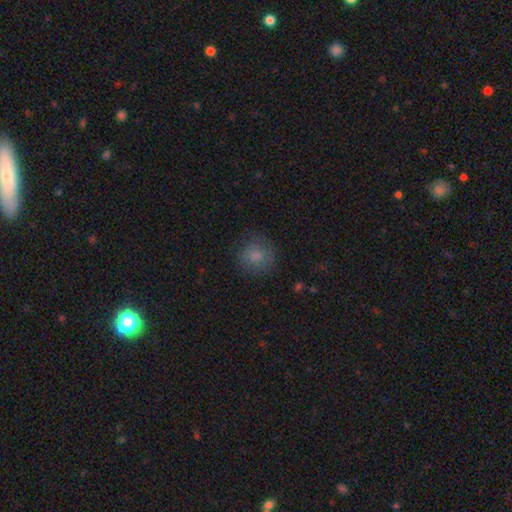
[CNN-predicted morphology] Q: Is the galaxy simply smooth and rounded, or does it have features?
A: smooth — 80%.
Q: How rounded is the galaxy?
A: round — 89%.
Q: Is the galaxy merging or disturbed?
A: none — 77%.